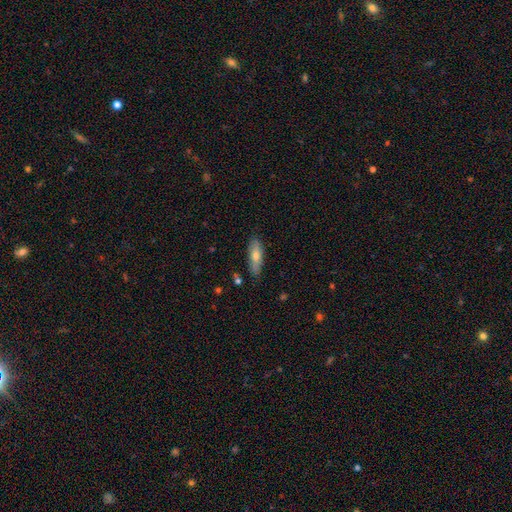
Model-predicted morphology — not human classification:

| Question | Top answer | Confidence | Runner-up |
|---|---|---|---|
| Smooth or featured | smooth | 64% | featured or disk (29%) |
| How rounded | cigar-shaped | 50% | in between (48%) |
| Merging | none | 84% | minor disturbance (12%) |